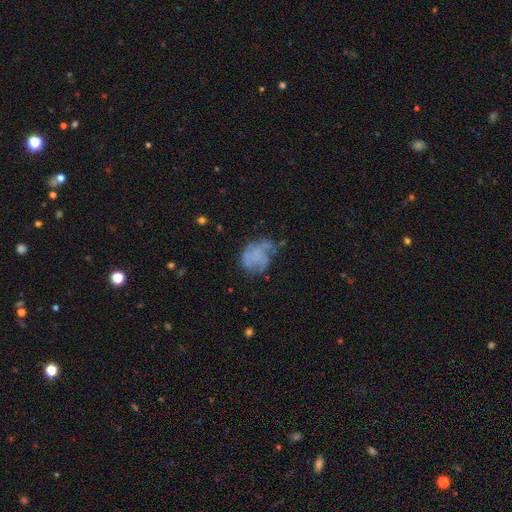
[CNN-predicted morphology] Overall: featured or disk (53%; smooth 36%). Edge-on disk: no (98%). Bar: no (88%). Spiral arms: no (58%; yes 42%). Bulge size: none (80%). Merging: none (47%; minor disturbance 26%).